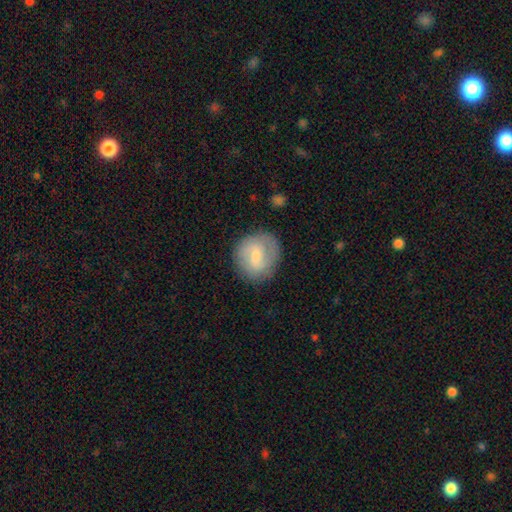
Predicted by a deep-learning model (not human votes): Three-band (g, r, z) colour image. It shows a featured or disk galaxy (47%). Merging: none (79%).